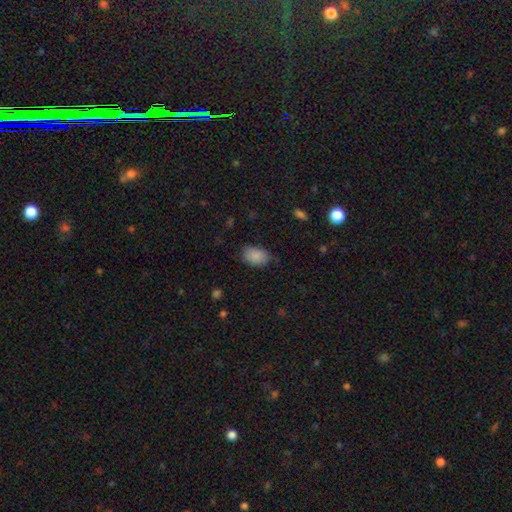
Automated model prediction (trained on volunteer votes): Smooth or featured?
  - smooth: 88% *
  - star or artifact: 8%
  - featured or disk: 4%
How rounded?
  - in between: 87% *
  - round: 11%
  - cigar-shaped: 1%
Merging?
  - none: 77% *
  - minor disturbance: 18%
  - major disturbance: 4%
  - merger: 1%